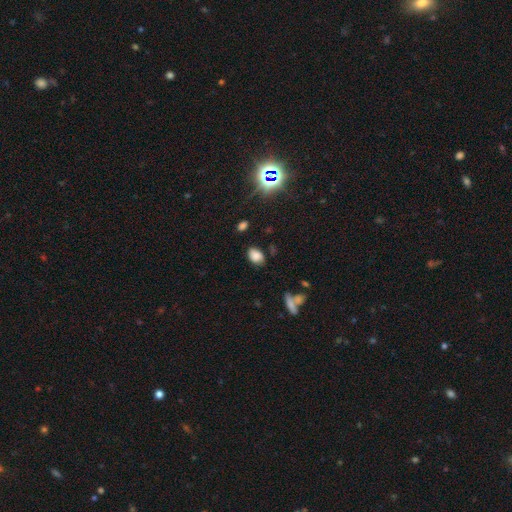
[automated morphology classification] Smooth or featured?
  - smooth: 79% *
  - star or artifact: 14%
  - featured or disk: 7%
How rounded?
  - in between: 83% *
  - round: 15%
  - cigar-shaped: 1%
Merging?
  - none: 76% *
  - minor disturbance: 17%
  - major disturbance: 4%
  - merger: 3%